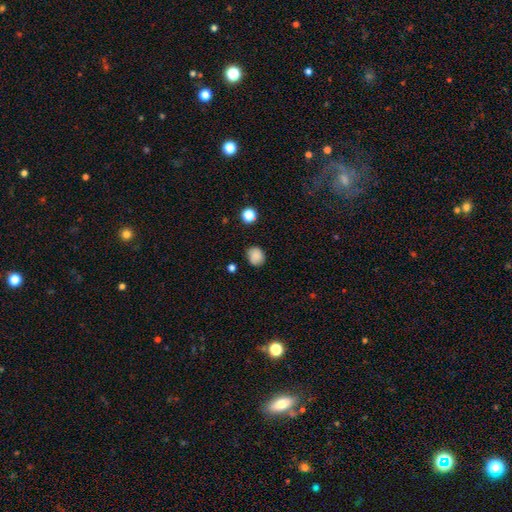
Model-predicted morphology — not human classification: A smooth galaxy with no disk features (85%) that is round (79%). Merging: none (81%).